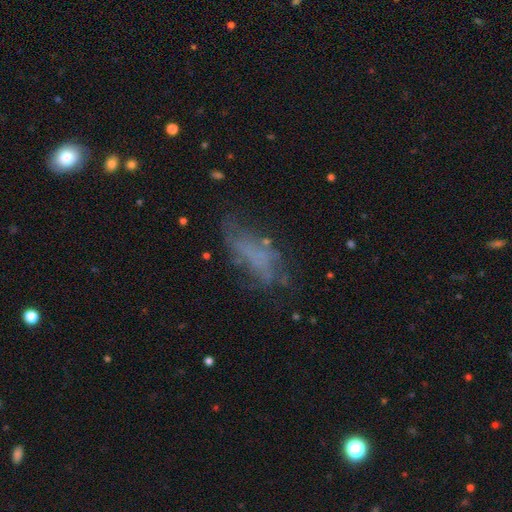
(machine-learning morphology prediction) Smooth or featured: smooth — 41% (tied with featured or disk — 41%)
Merging: none — 47% (major disturbance — 26%)